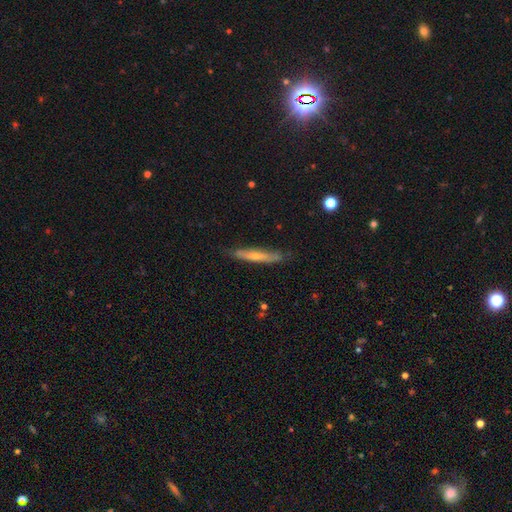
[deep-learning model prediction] The model was most divided on "smooth or featured": featured or disk: 50%, smooth: 43%, star or artifact: 7%. More confident: edge-on disk — yes (88%); merging — none (81%).